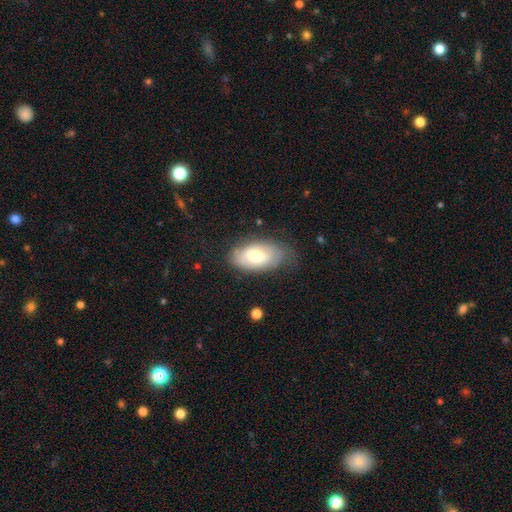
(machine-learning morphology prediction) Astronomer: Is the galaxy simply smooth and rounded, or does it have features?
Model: smooth — 63%.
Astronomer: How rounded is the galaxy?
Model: in between — 93%.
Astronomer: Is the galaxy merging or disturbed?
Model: none — 66%.